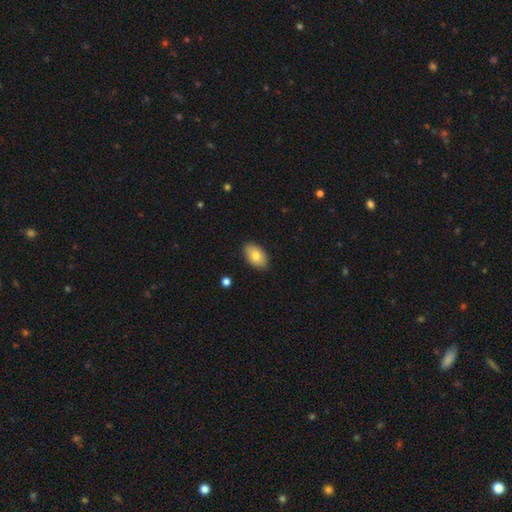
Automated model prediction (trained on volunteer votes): Overall: smooth (77%). How rounded: in between (92%). Merging: none (87%).